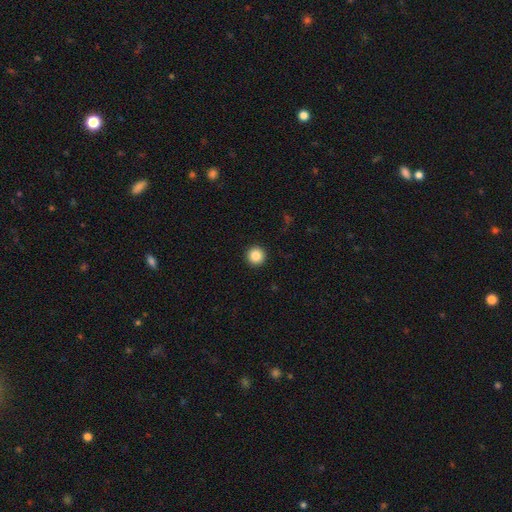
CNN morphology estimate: smooth-or-featured: smooth: 86% | star or artifact: 10% | featured or disk: 4%
  how-rounded: round: 96% | in between: 3% | cigar-shaped: 1%
  merging: none: 93% | minor disturbance: 4% | major disturbance: 2% | merger: 1%